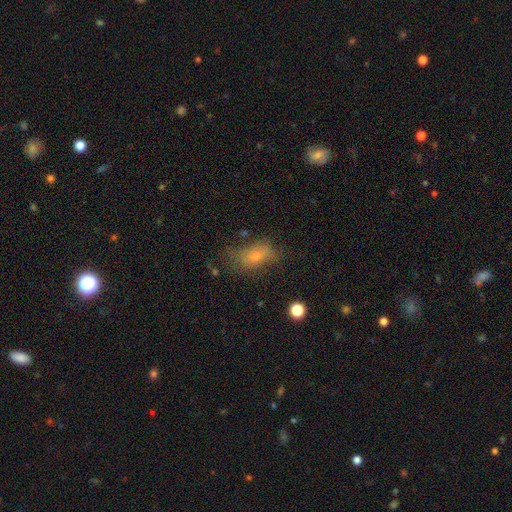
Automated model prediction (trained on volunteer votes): Smooth or featured? Predicted: smooth (p=0.61). How rounded? Predicted: in between (p=0.81). Merging? Predicted: none (p=0.56).